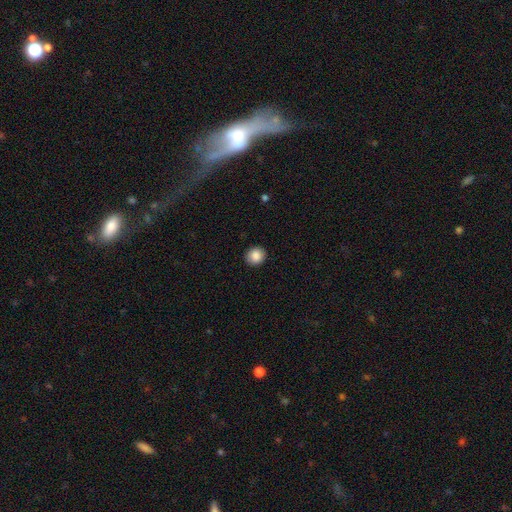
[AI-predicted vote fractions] Q: Smooth or featured?
A: smooth (88%); runner-up: star or artifact (8%)
Q: How rounded?
A: round (84%); runner-up: in between (15%)
Q: Merging?
A: none (91%); runner-up: minor disturbance (6%)